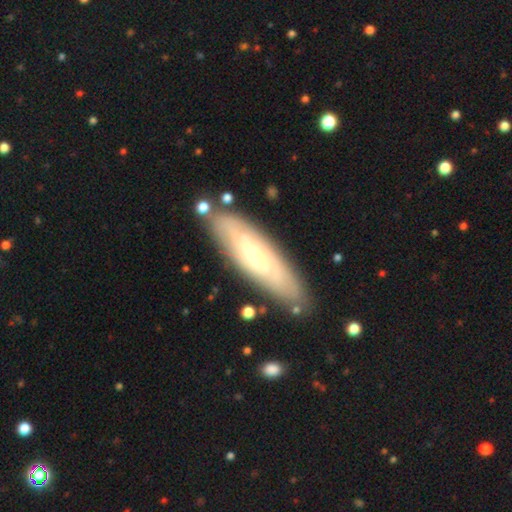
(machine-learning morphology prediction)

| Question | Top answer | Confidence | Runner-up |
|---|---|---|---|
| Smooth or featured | featured or disk | 61% | smooth (34%) |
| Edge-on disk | no | 69% | yes (31%) |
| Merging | none | 82% | minor disturbance (13%) |